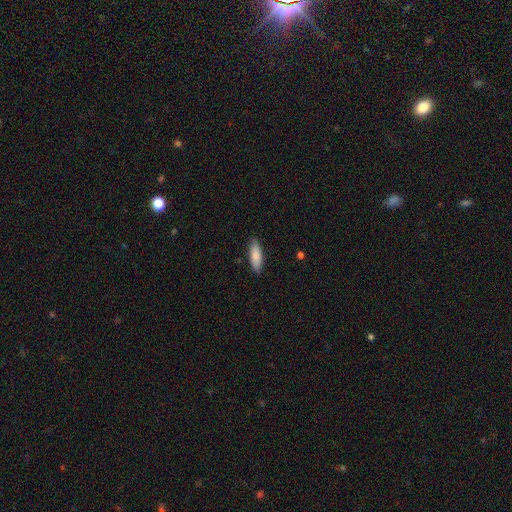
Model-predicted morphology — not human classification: Smooth or featured?
  - smooth: 83% *
  - featured or disk: 12%
  - star or artifact: 6%
How rounded?
  - in between: 53% *
  - cigar-shaped: 46%
  - round: 2%
Merging?
  - none: 88% *
  - minor disturbance: 9%
  - major disturbance: 2%
  - merger: 1%